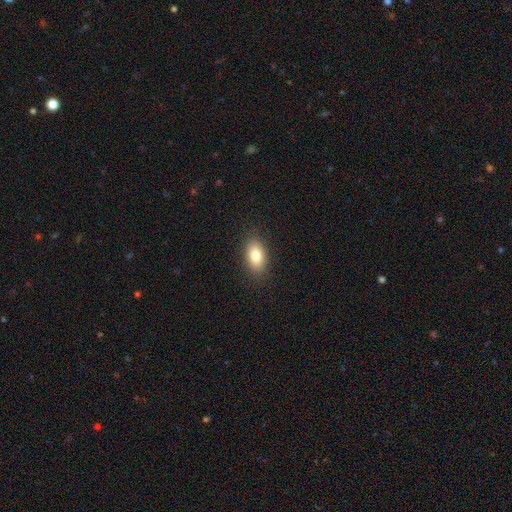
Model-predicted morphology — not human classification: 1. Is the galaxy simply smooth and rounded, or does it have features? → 83% smooth, 9% featured or disk, 8% star or artifact.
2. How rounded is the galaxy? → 90% in between, 6% round, 4% cigar-shaped.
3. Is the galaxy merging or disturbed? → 88% none, 9% minor disturbance, 2% major disturbance, 1% merger.